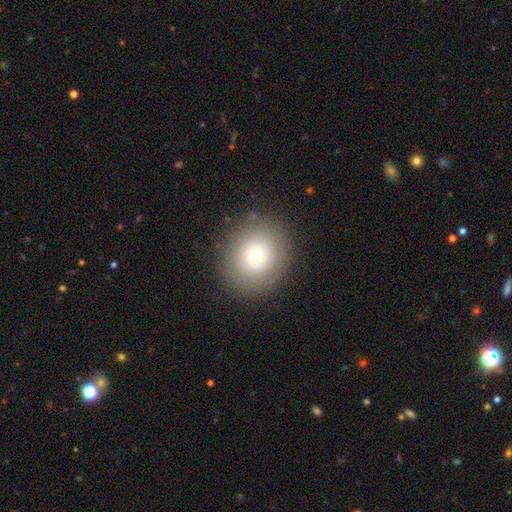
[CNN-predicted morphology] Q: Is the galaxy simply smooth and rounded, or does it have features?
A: smooth — 68%.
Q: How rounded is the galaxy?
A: round — 84%.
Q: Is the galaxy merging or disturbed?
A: none — 87%.